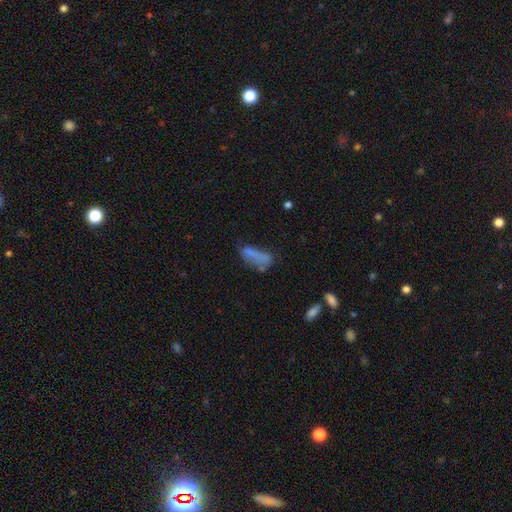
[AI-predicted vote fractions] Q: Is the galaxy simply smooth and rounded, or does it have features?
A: smooth — 62%.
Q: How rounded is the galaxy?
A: in between — 53%.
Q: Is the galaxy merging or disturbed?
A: none — 38%.